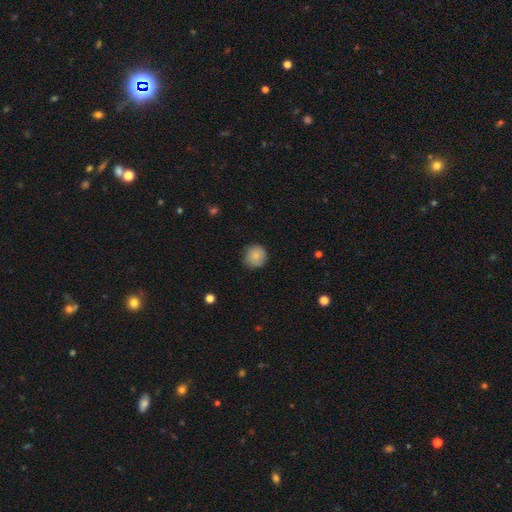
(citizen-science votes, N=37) Morphology: type=smooth (84%); roundness=round (100%); merging=none (91%).